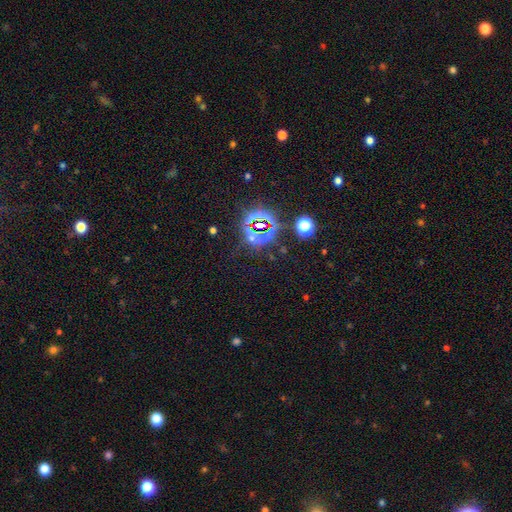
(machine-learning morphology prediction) Overall: star or artifact (79%).